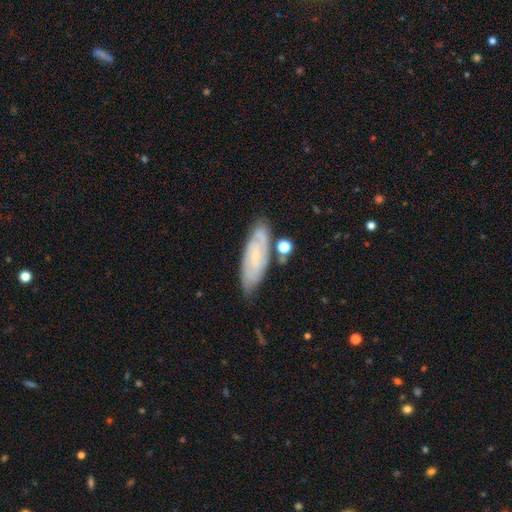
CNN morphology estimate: The model was most divided on "bar": no: 56%, weak: 33%, strong: 11%. More confident: spiral arms — yes (86%); edge-on disk — no (84%); bulge size — small (74%); merging — none (70%); smooth or featured — featured or disk (60%).